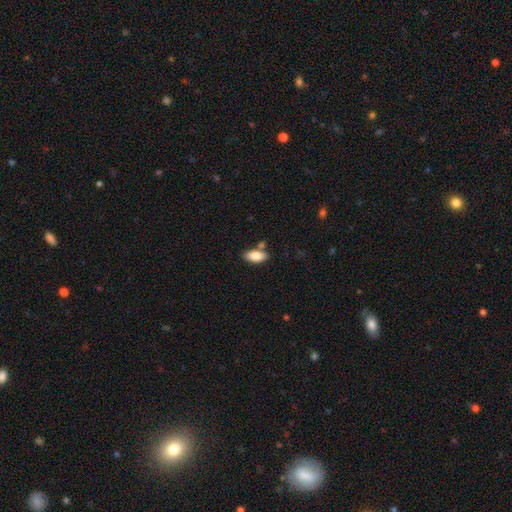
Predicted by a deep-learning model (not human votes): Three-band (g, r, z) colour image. It shows a smooth galaxy with no disk features (84%) that is in between round and cigar-shaped (90%). Merging: none (73%).